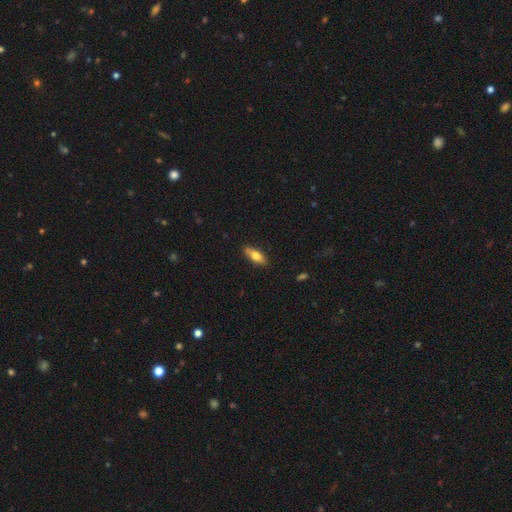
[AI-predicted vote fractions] smooth_or_featured: smooth (p=0.71) [alt: featured or disk p=0.22]
how_rounded: in between (p=0.66) [alt: cigar-shaped p=0.32]
merging: none (p=0.82) [alt: minor disturbance p=0.13]